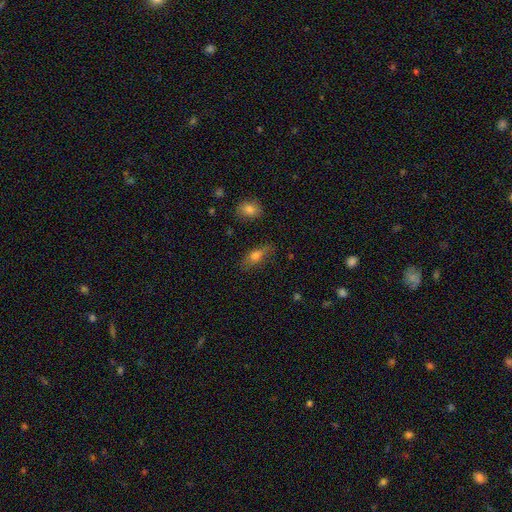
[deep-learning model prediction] smooth_or_featured: smooth (p=0.71) [alt: featured or disk p=0.20]
how_rounded: in between (p=0.74) [alt: cigar-shaped p=0.20]
merging: none (p=0.76) [alt: minor disturbance p=0.17]